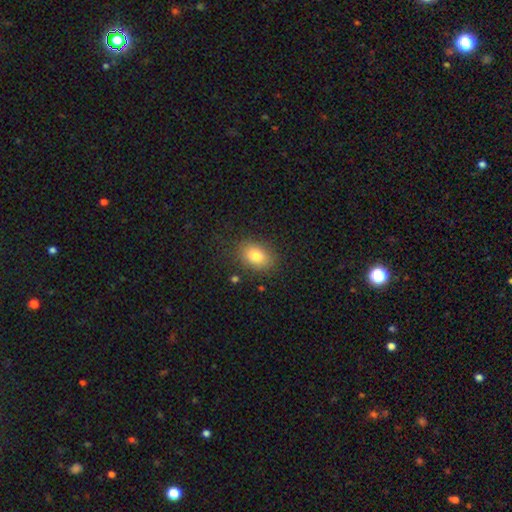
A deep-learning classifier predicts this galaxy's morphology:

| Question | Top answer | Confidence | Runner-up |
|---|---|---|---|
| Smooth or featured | smooth | 79% | featured or disk (11%) |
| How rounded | in between | 71% | round (28%) |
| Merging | none | 83% | minor disturbance (12%) |